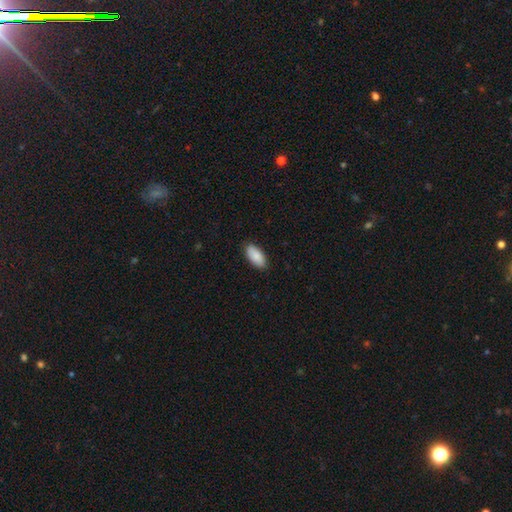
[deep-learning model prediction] Smooth or featured? Predicted: smooth (p=0.88). How rounded? Predicted: in between (p=0.92). Merging? Predicted: none (p=0.88).